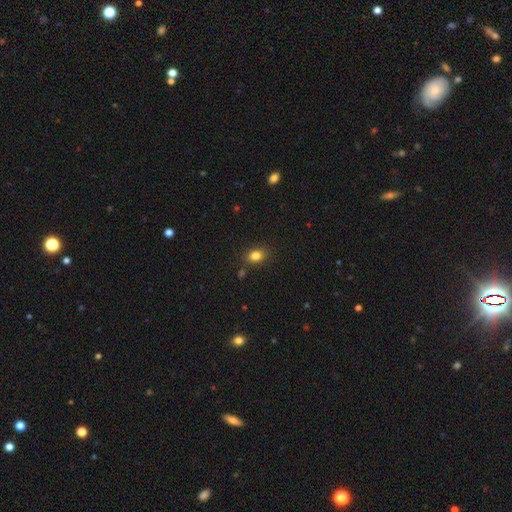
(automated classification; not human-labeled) A smooth galaxy with no disk features (82%) that is in between round and cigar-shaped (71%). Merging: none (82%).